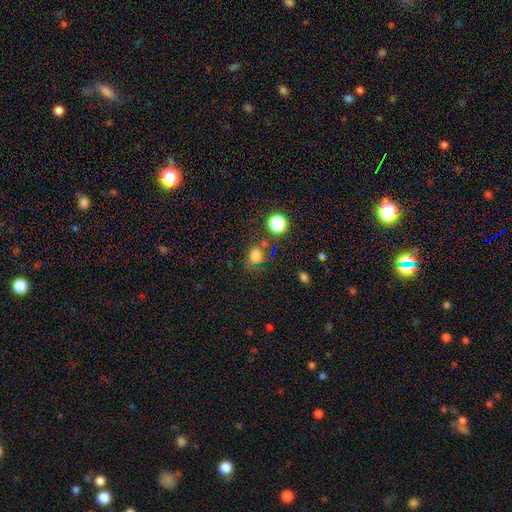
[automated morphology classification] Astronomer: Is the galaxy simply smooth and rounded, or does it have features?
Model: smooth — 75%.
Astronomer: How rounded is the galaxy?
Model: round — 70%.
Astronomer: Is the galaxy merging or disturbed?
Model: none — 65%.